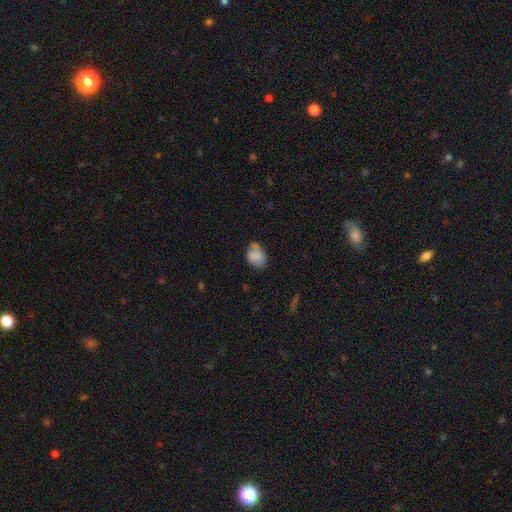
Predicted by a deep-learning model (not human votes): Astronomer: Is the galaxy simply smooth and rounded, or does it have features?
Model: smooth — 78%.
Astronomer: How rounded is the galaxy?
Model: in between — 69%.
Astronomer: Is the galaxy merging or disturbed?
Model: none — 46% (runner-up: minor disturbance, 32%).